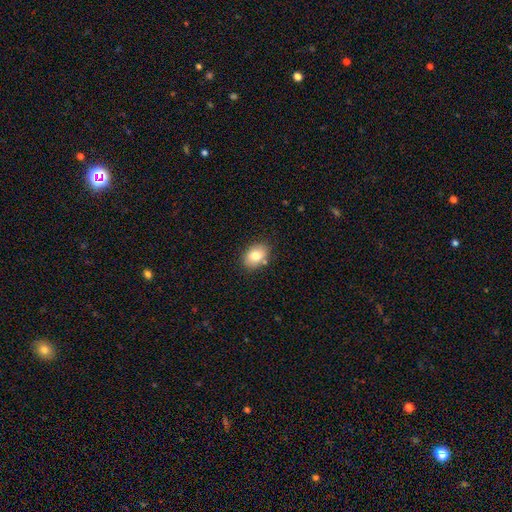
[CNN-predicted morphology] smooth_or_featured: smooth (p=0.79) [alt: featured or disk p=0.13]
how_rounded: in between (p=0.79) [alt: round p=0.20]
merging: none (p=0.81) [alt: minor disturbance p=0.12]